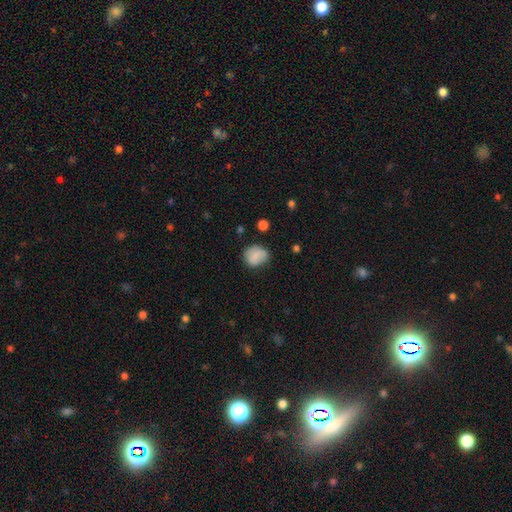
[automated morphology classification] smooth_or_featured: smooth (p=0.80) [alt: featured or disk p=0.12]
how_rounded: round (p=0.65) [alt: in between p=0.34]
merging: none (p=0.68) [alt: minor disturbance p=0.24]